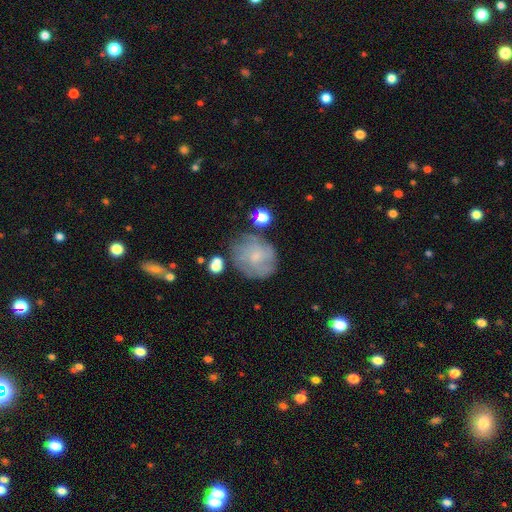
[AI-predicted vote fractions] Overall: featured or disk (47%; smooth 42%). Merging: none (63%).